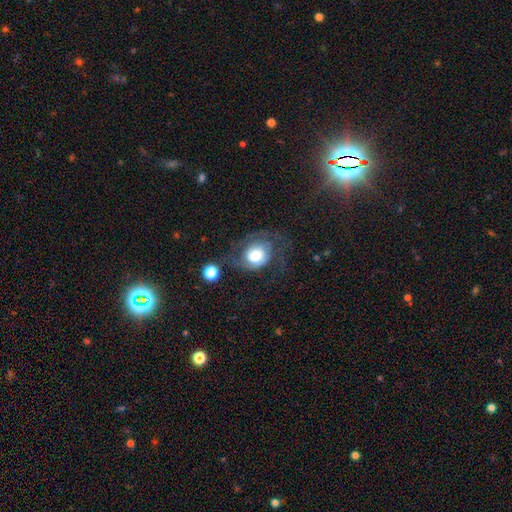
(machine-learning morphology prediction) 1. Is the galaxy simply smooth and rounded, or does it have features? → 59% featured or disk, 32% smooth, 9% star or artifact.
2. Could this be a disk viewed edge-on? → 97% no, 3% yes.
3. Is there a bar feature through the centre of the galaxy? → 77% no, 20% weak, 3% strong.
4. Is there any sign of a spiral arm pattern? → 84% yes, 16% no.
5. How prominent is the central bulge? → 52% large, 25% moderate, 16% dominant, 4% small, 3% none.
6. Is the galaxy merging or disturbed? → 42% none, 32% major disturbance, 22% minor disturbance, 4% merger.